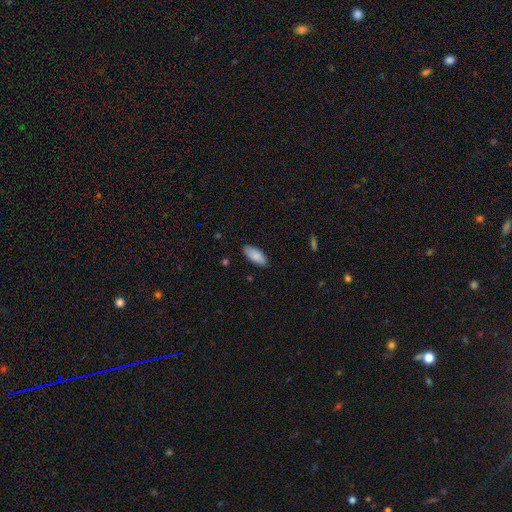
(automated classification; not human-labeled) Smooth or featured?
  - smooth: 84% *
  - featured or disk: 10%
  - star or artifact: 6%
How rounded?
  - in between: 87% *
  - cigar-shaped: 12%
  - round: 2%
Merging?
  - none: 84% *
  - minor disturbance: 13%
  - major disturbance: 2%
  - merger: 1%